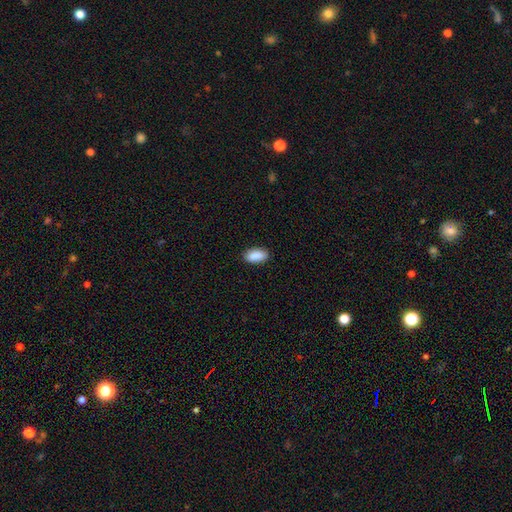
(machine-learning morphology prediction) smooth-or-featured: smooth: 90% | star or artifact: 6% | featured or disk: 3%
  how-rounded: in between: 92% | cigar-shaped: 5% | round: 3%
  merging: none: 88% | minor disturbance: 9% | major disturbance: 2% | merger: 1%